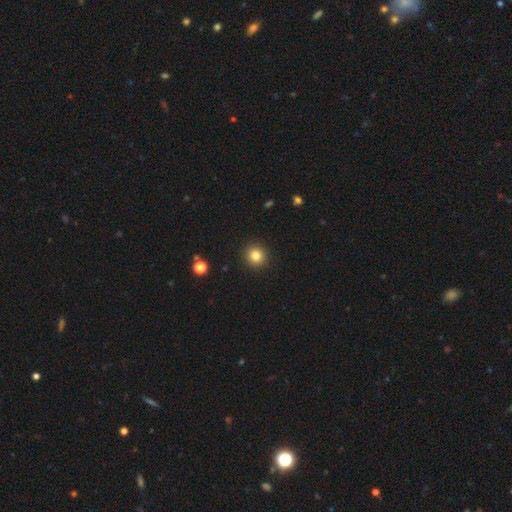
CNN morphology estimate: smooth 83%, star or artifact 11%, featured or disk 6%. Down the decision tree: how rounded — round (93%); merging — none (92%).